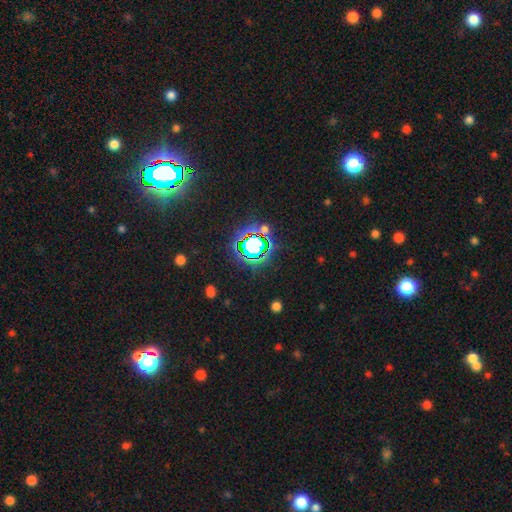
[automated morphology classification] smooth_or_featured: star or artifact (p=0.80) [alt: smooth p=0.13]